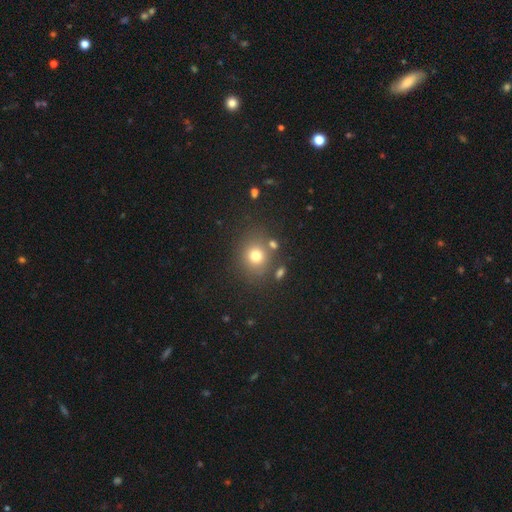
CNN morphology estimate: Smooth or featured: smooth — 75% (star or artifact — 15%)
How rounded: round — 80% (in between — 19%)
Merging: none — 77% (minor disturbance — 10%)